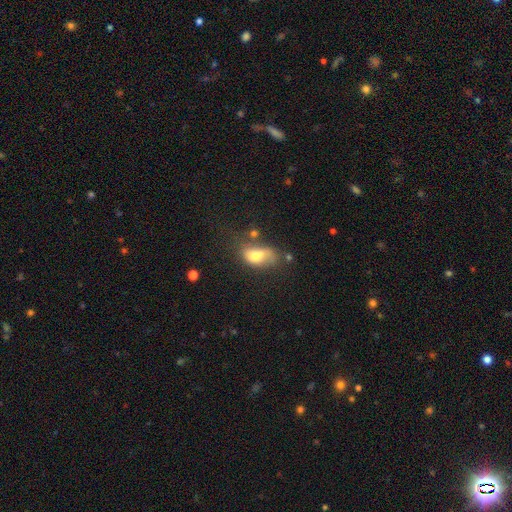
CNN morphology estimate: Smooth or featured? Predicted: smooth (p=0.65). How rounded? Predicted: in between (p=0.83). Merging? Predicted: merger (p=0.35).